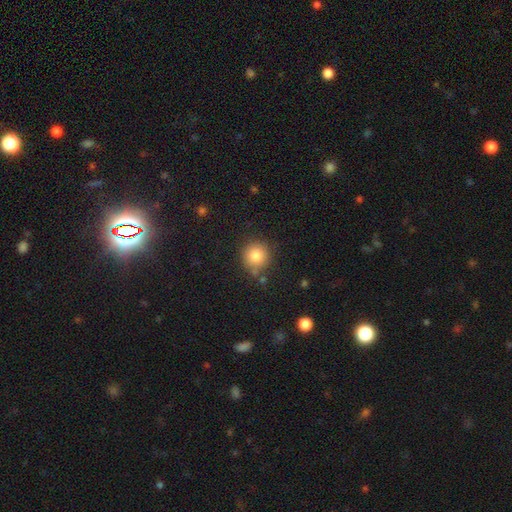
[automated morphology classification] Smooth or featured?
  - smooth: 81% *
  - star or artifact: 11%
  - featured or disk: 8%
How rounded?
  - round: 92% *
  - in between: 7%
  - cigar-shaped: 1%
Merging?
  - none: 80% *
  - minor disturbance: 12%
  - merger: 5%
  - major disturbance: 3%